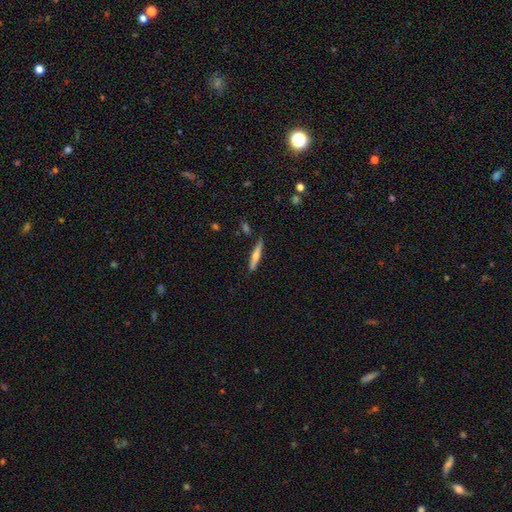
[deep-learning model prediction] Smooth or featured? Predicted: smooth (p=0.52). How rounded? Predicted: cigar-shaped (p=0.89). Merging? Predicted: none (p=0.83).